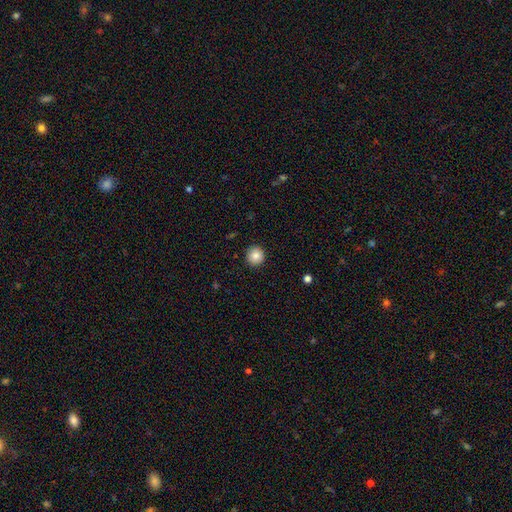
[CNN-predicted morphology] smooth 85%, star or artifact 9%, featured or disk 6%. Down the decision tree: how rounded — round (95%); merging — none (92%).